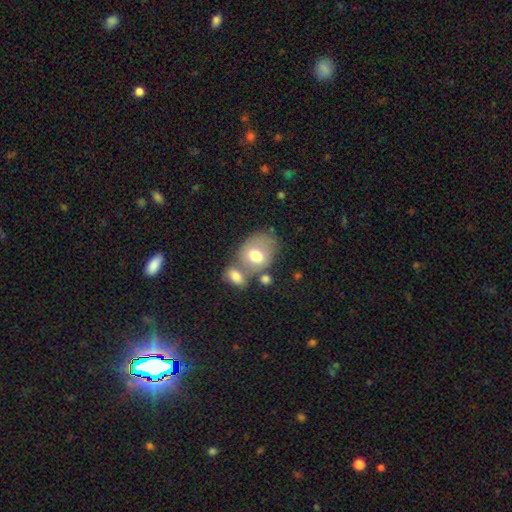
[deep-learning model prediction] smooth_or_featured: smooth (p=0.67) [alt: featured or disk p=0.25]
how_rounded: in between (p=0.60) [alt: round p=0.39]
merging: merger (p=0.39) [alt: none p=0.37]